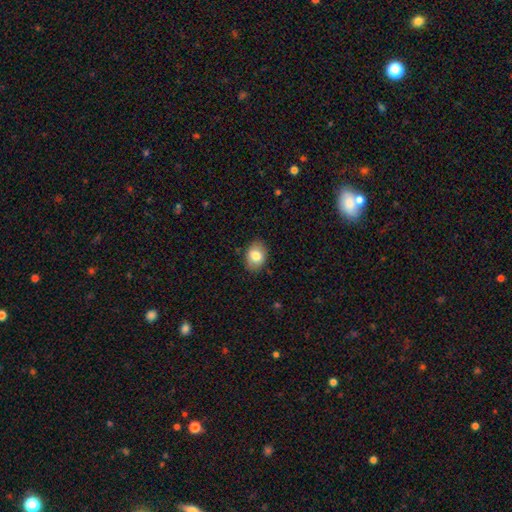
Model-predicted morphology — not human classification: Smooth or featured?
  - smooth: 81% *
  - featured or disk: 11%
  - star or artifact: 7%
How rounded?
  - in between: 76% *
  - round: 23%
  - cigar-shaped: 1%
Merging?
  - none: 85% *
  - minor disturbance: 11%
  - major disturbance: 3%
  - merger: 1%